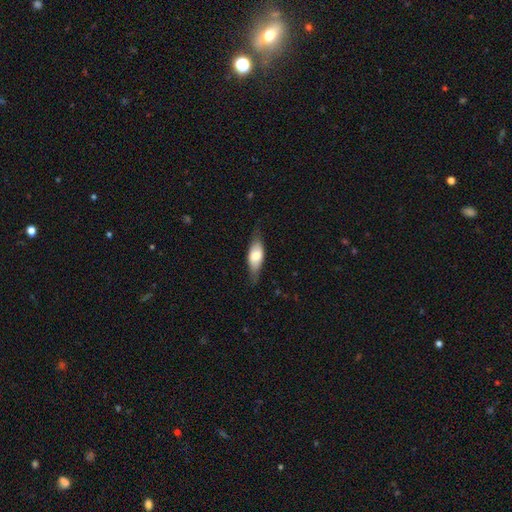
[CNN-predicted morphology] Smooth or featured?
  - smooth: 60% *
  - featured or disk: 34%
  - star or artifact: 6%
How rounded?
  - in between: 73% *
  - cigar-shaped: 24%
  - round: 3%
Merging?
  - none: 72% *
  - minor disturbance: 21%
  - major disturbance: 6%
  - merger: 1%